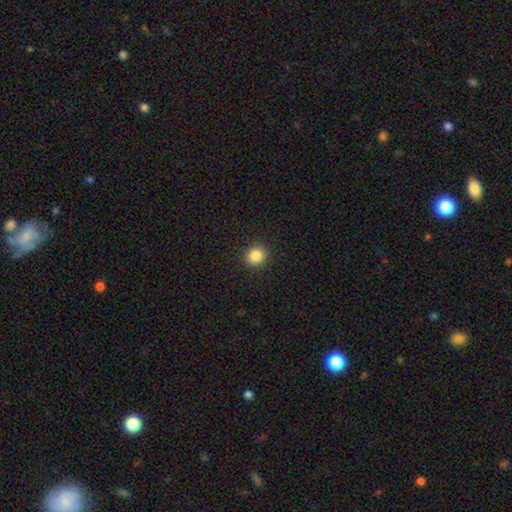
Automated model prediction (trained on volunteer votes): A smooth galaxy with no disk features (86%) that is round (88%). Merging: none (92%).